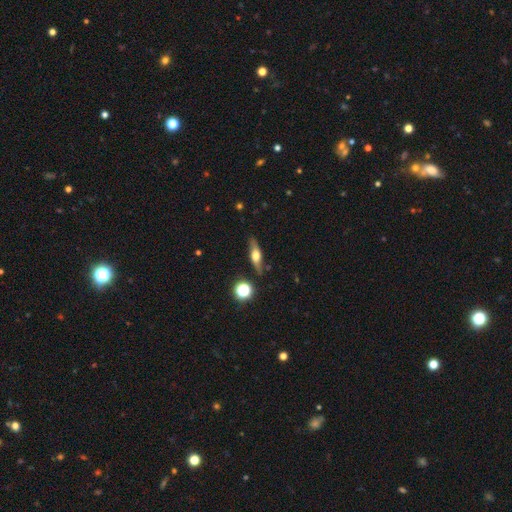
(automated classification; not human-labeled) This appears to be a featured or disk galaxy (51%) viewed edge-on (86%). Merging: none (82%).